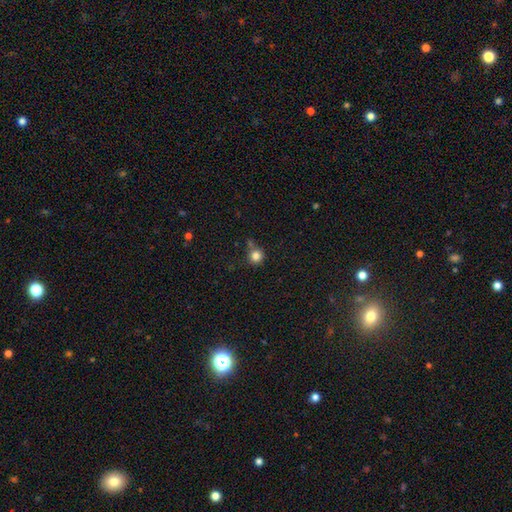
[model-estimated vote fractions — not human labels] smooth-or-featured: smooth: 83% | star or artifact: 12% | featured or disk: 5%
  how-rounded: round: 93% | in between: 6% | cigar-shaped: 1%
  merging: none: 71% | minor disturbance: 13% | merger: 12% | major disturbance: 4%